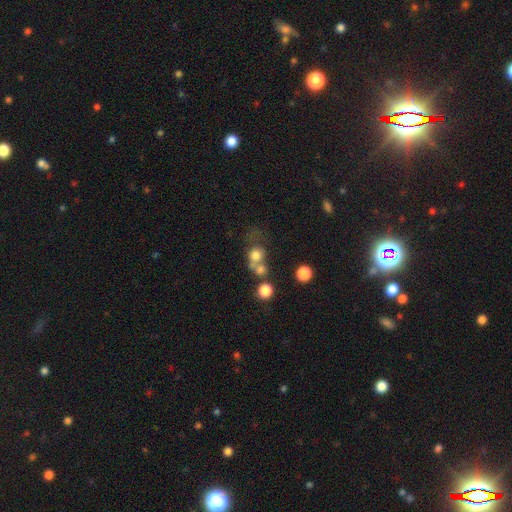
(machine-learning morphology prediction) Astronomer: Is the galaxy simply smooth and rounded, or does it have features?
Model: smooth — 71%.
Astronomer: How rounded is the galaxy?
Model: round — 78%.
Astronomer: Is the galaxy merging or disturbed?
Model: merger — 48% (runner-up: none, 33%).